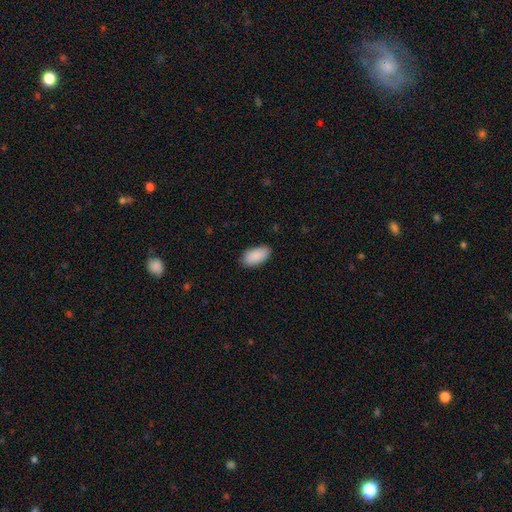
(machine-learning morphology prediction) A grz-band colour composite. It shows a smooth galaxy with no disk features (90%) that is in between round and cigar-shaped (94%). Merging: none (83%).